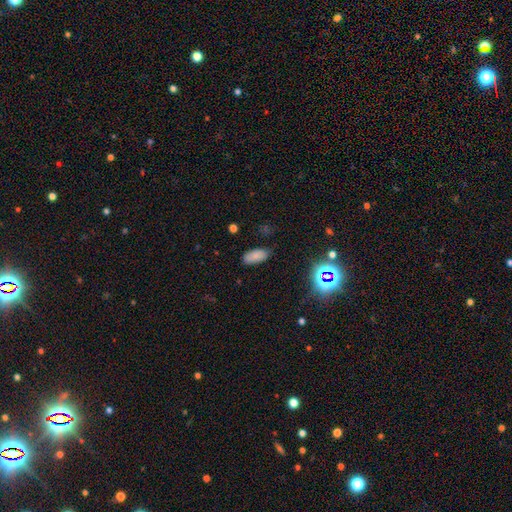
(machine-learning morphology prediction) The model was most divided on "merging": none: 80%, minor disturbance: 15%, major disturbance: 3%, merger: 2%. More confident: how rounded — in between (91%); smooth or featured — smooth (80%).